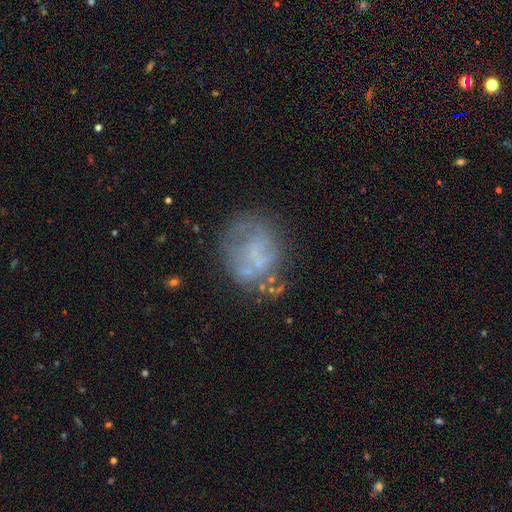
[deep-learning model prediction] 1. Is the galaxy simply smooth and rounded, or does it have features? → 51% featured or disk, 34% smooth, 15% star or artifact.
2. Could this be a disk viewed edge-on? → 97% no, 3% yes.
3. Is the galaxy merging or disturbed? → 55% none, 22% minor disturbance, 18% major disturbance, 6% merger.